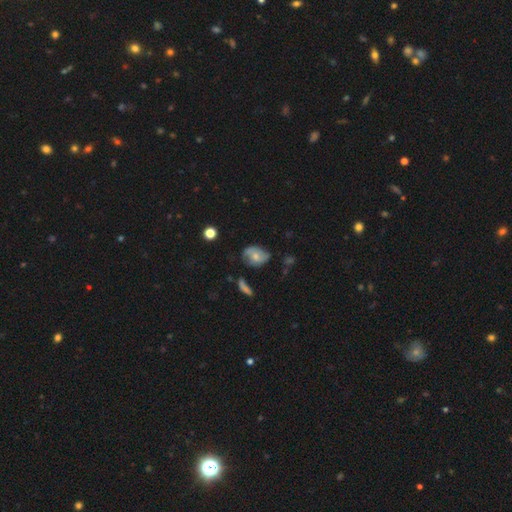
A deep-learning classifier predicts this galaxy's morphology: Q: Smooth or featured?
A: smooth (50%); runner-up: featured or disk (41%)
Q: Merging?
A: none (45%); runner-up: minor disturbance (34%)